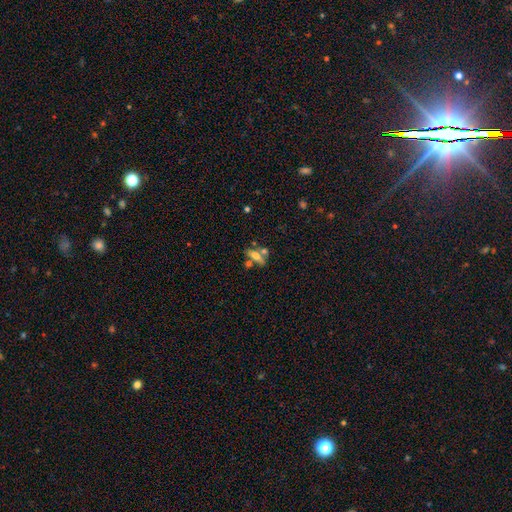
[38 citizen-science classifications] Volunteers were most divided on "smooth or featured": featured or disk: 47%, smooth: 45%, star or artifact: 8%. Remaining: spiral arms — no (100%); bar — no (80%); edge-on disk — no (56%); merging — merger (43%); bulge size — large (40%).